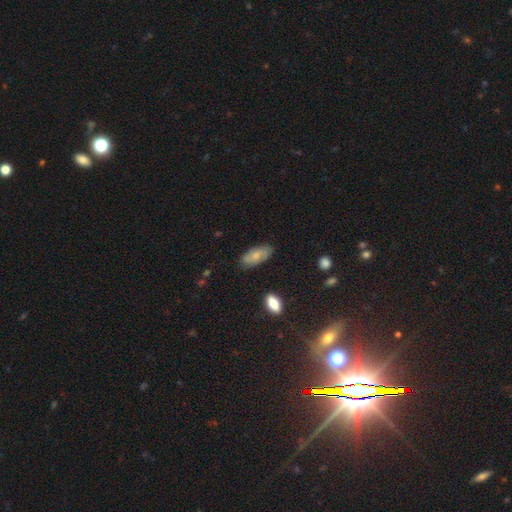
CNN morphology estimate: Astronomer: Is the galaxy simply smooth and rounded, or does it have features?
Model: smooth — 65%.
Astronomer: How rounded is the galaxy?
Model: in between — 89%.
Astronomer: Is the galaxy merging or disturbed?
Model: none — 78%.